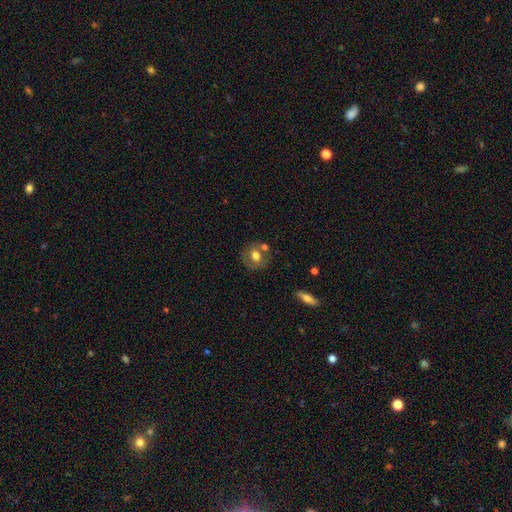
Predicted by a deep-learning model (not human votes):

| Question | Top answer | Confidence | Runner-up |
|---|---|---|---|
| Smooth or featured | smooth | 63% | featured or disk (28%) |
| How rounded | round | 77% | in between (22%) |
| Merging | none | 66% | merger (16%) |